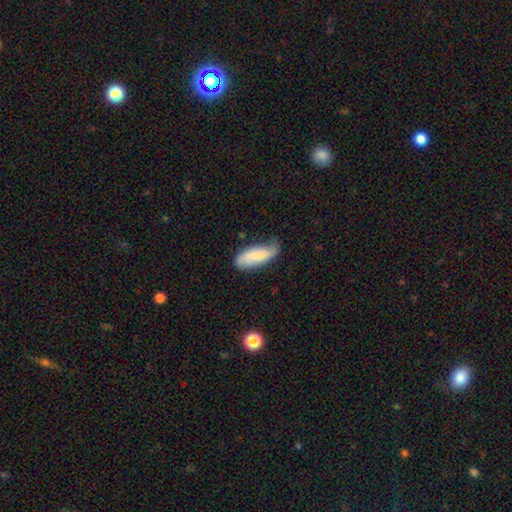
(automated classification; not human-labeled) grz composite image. It shows a smooth galaxy with no disk features (67%) that is in between round and cigar-shaped (72%). Merging: none (57%).